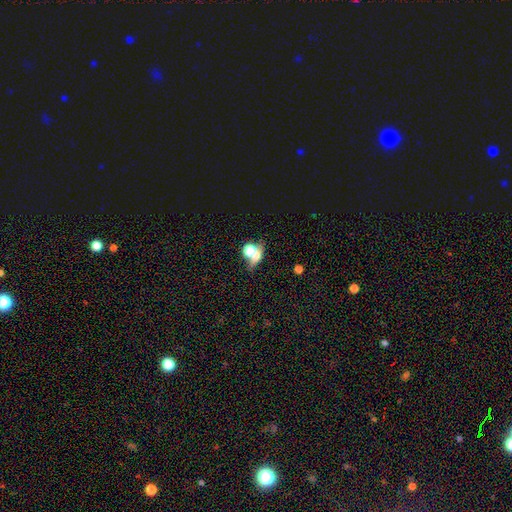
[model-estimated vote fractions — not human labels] Overall: smooth (58%; star or artifact 21%). How rounded: round (52%; in between 39%). Merging: merger (44%; none 37%).